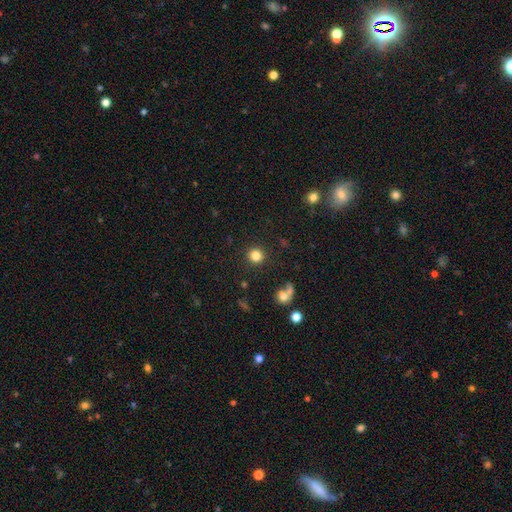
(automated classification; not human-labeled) Q: Smooth or featured?
A: smooth (83%); runner-up: star or artifact (12%)
Q: How rounded?
A: round (93%); runner-up: in between (6%)
Q: Merging?
A: none (89%); runner-up: minor disturbance (5%)